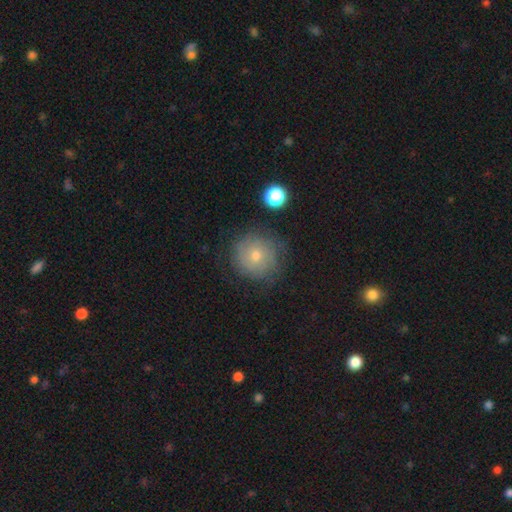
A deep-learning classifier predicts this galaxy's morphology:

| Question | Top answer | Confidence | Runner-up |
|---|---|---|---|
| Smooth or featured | smooth | 50% | featured or disk (37%) |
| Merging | none | 79% | minor disturbance (14%) |